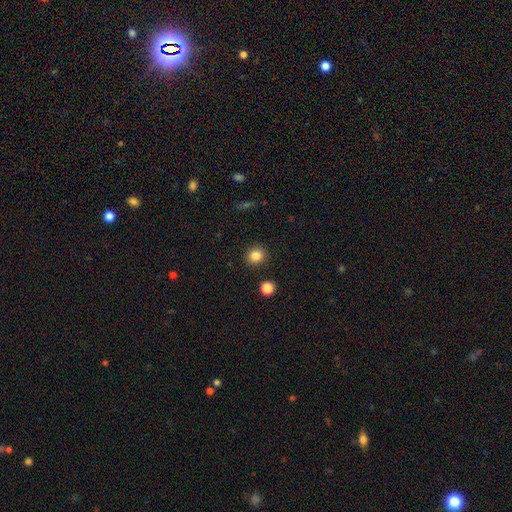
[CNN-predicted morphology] This appears to be a smooth galaxy with no disk features (84%) that is round (91%). Merging: none (91%).